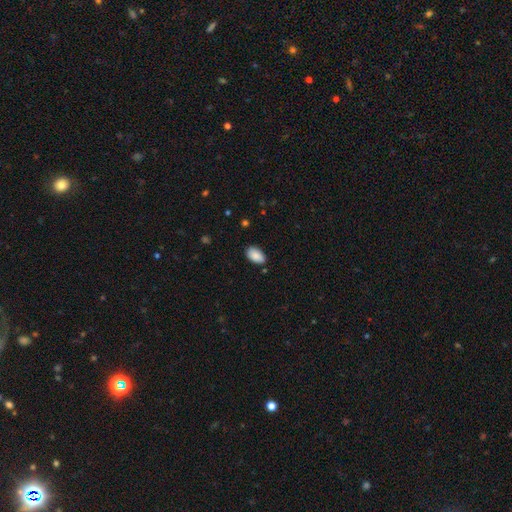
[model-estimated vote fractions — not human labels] A smooth galaxy with no disk features (89%) that is in between round and cigar-shaped (94%).

Vote fractions:
- Smooth or featured? smooth: 89% / star or artifact: 7% / featured or disk: 5%
- How rounded? in between: 94% / round: 4% / cigar-shaped: 1%
- Merging? none: 83% / minor disturbance: 14% / major disturbance: 2% / merger: 1%